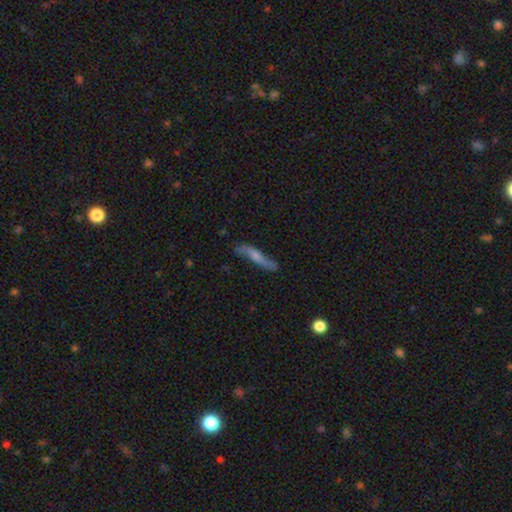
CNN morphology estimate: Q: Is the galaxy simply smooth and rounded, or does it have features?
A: featured or disk — 66%.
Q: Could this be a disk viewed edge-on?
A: yes — 52%.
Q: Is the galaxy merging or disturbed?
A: none — 72%.